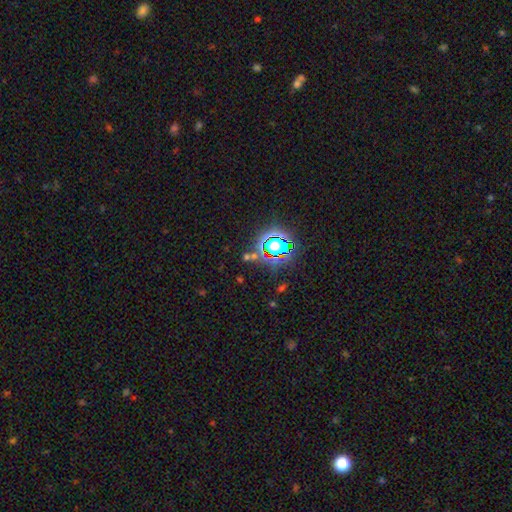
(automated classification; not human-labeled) Q: Smooth or featured?
A: star or artifact (73%); runner-up: smooth (18%)